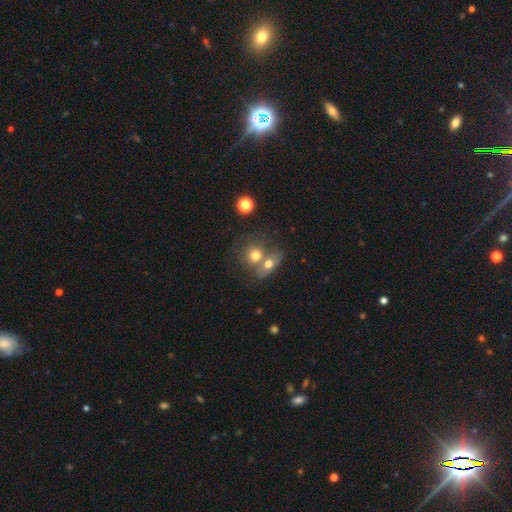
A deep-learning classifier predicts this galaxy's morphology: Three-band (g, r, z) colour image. It shows a smooth galaxy with no disk features (69%) that is round (70%). Merging: merger (54%).